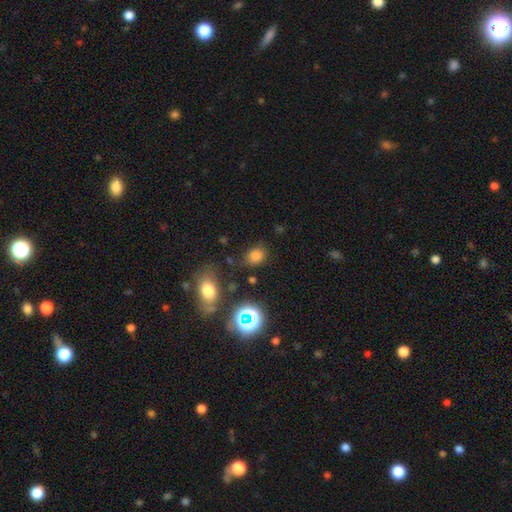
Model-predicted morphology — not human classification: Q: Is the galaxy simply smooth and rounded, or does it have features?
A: smooth — 74%.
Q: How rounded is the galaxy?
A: in between — 53%.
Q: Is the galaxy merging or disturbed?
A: none — 69%.